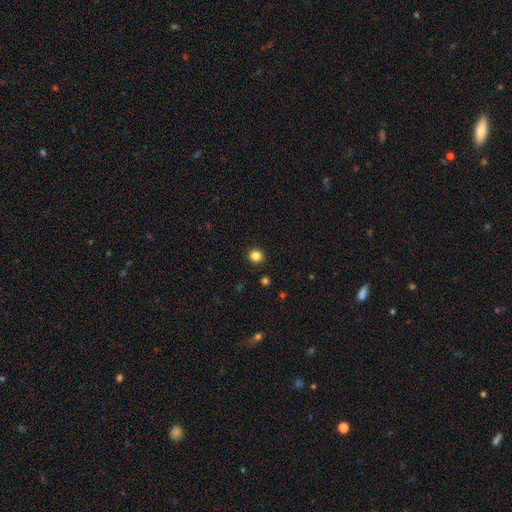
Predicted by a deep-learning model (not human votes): Smooth or featured: smooth — 84% (star or artifact — 12%)
How rounded: round — 94% (in between — 5%)
Merging: none — 93% (minor disturbance — 4%)